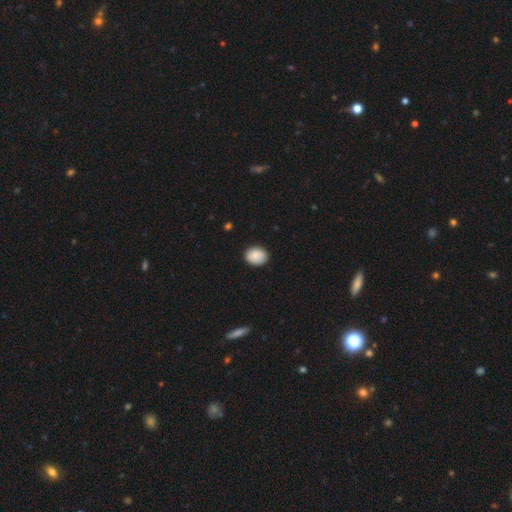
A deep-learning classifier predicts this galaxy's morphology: Smooth or featured?
  - smooth: 89% *
  - star or artifact: 7%
  - featured or disk: 4%
How rounded?
  - in between: 52% *
  - round: 47%
  - cigar-shaped: 1%
Merging?
  - none: 88% *
  - minor disturbance: 9%
  - major disturbance: 2%
  - merger: 1%